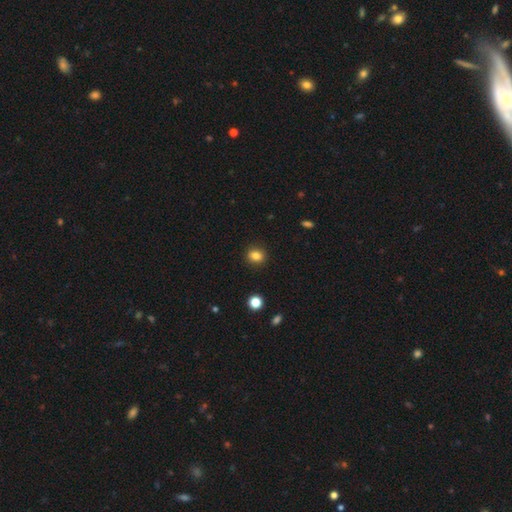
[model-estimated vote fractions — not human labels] Morphology: type=smooth (83%); roundness=round (62%); merging=none (90%).